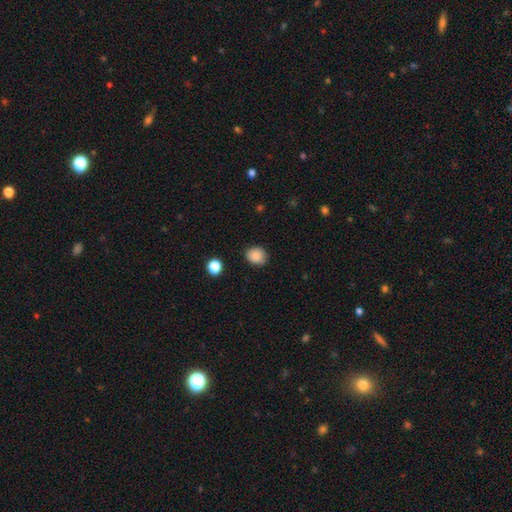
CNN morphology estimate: A smooth galaxy with no disk features (88%) that is round (72%).

Vote fractions:
- Smooth or featured? smooth: 88% / star or artifact: 9% / featured or disk: 4%
- How rounded? round: 72% / in between: 27% / cigar-shaped: 1%
- Merging? none: 84% / minor disturbance: 12% / major disturbance: 3% / merger: 2%